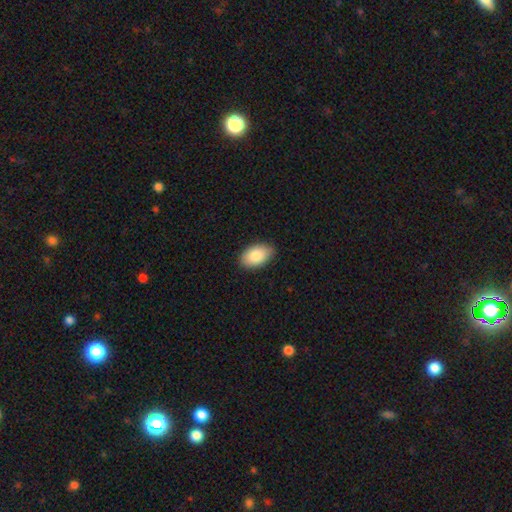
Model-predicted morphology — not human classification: Smooth or featured? Predicted: smooth (p=0.85). How rounded? Predicted: in between (p=0.94). Merging? Predicted: none (p=0.87).